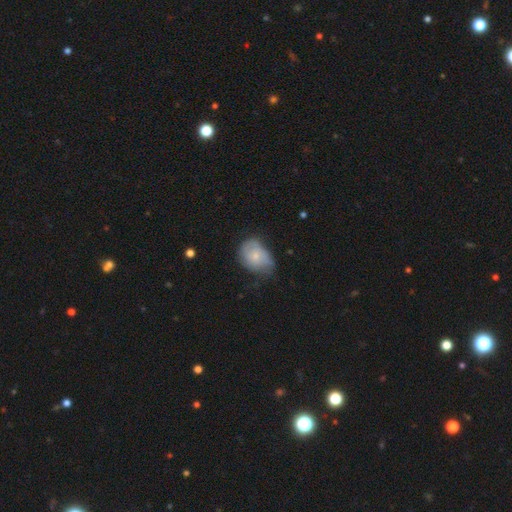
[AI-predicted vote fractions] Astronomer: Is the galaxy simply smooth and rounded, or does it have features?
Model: smooth — 65%.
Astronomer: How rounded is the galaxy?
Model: in between — 69%.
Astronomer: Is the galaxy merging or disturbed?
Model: minor disturbance — 42% (runner-up: none, 37%).